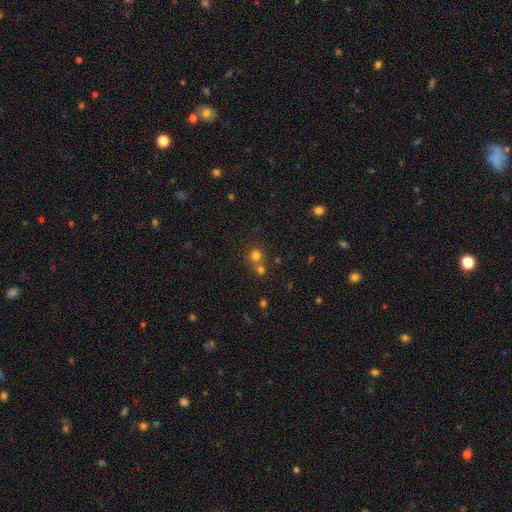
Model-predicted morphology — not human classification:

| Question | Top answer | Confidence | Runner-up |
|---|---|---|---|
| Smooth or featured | smooth | 74% | star or artifact (18%) |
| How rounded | round | 89% | in between (10%) |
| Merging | none | 52% | merger (39%) |